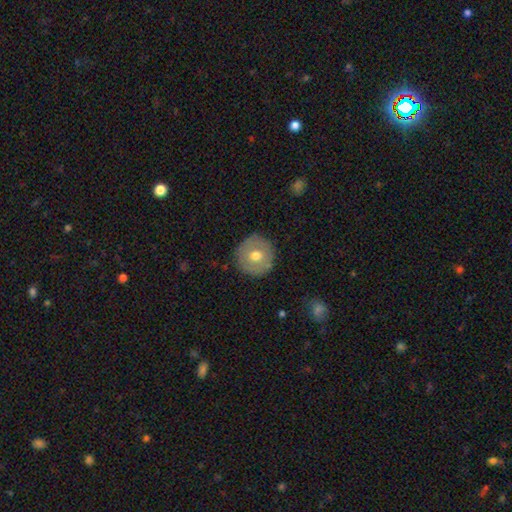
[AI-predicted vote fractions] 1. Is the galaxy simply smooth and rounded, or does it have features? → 65% smooth, 27% featured or disk, 8% star or artifact.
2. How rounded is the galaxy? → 95% round, 4% in between, 1% cigar-shaped.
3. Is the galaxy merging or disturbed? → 88% none, 8% minor disturbance, 2% major disturbance, 1% merger.